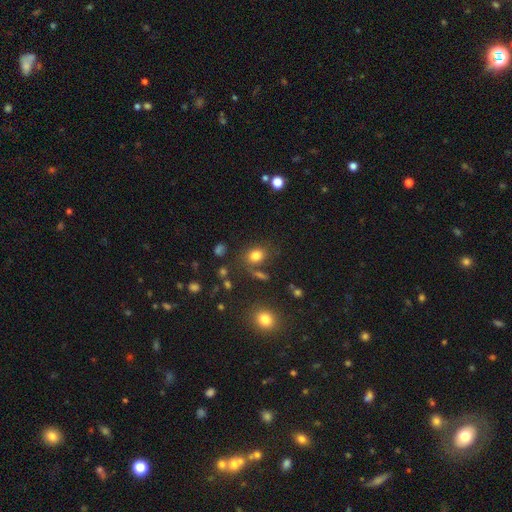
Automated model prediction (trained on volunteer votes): Smooth or featured? Predicted: smooth (p=0.79). How rounded? Predicted: in between (p=0.52). Merging? Predicted: none (p=0.69).